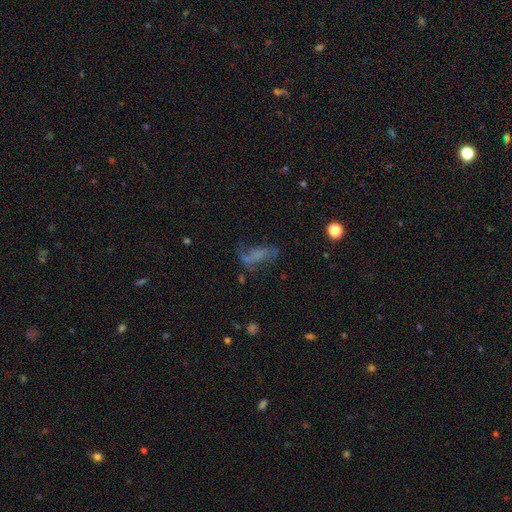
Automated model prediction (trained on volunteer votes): featured or disk 46%, smooth 35%, star or artifact 19%. Down the decision tree: merging — none (39%).